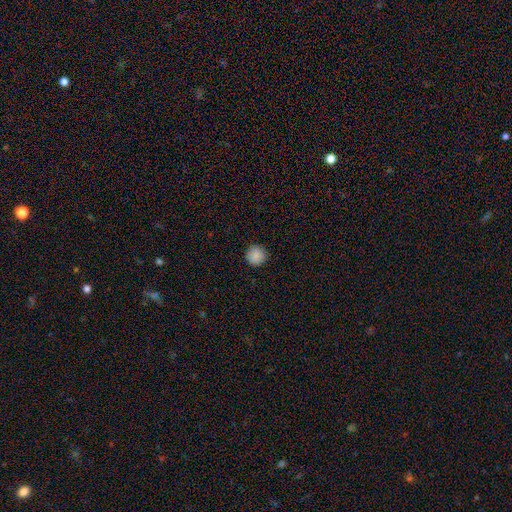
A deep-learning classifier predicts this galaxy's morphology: smooth 87%, star or artifact 9%, featured or disk 4%. Down the decision tree: how rounded — round (95%); merging — none (91%).